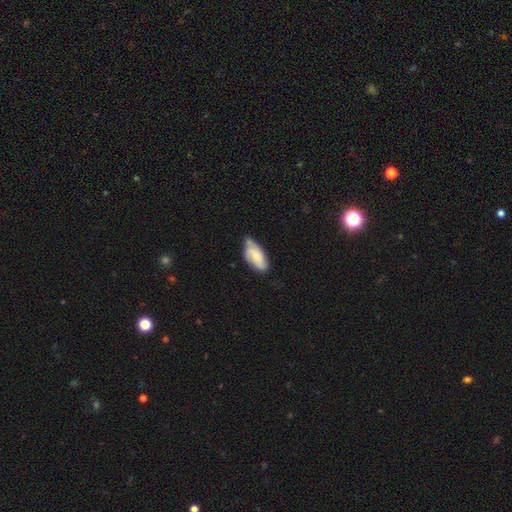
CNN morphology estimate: The model was most divided on "smooth or featured": smooth: 51%, featured or disk: 42%, star or artifact: 7%. More confident: how rounded — in between (87%); merging — none (52%).